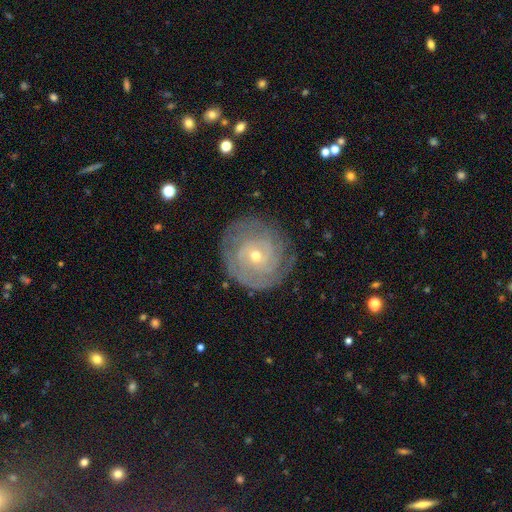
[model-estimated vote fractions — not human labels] Overall: featured or disk (80%). Edge-on disk: no (97%). Bar: no (71%). Spiral arms: yes (91%). Spiral arm count: can't tell (40%; 2 23%). Spiral winding: tight (81%). Bulge size: small (62%; moderate 36%). Merging: none (80%).